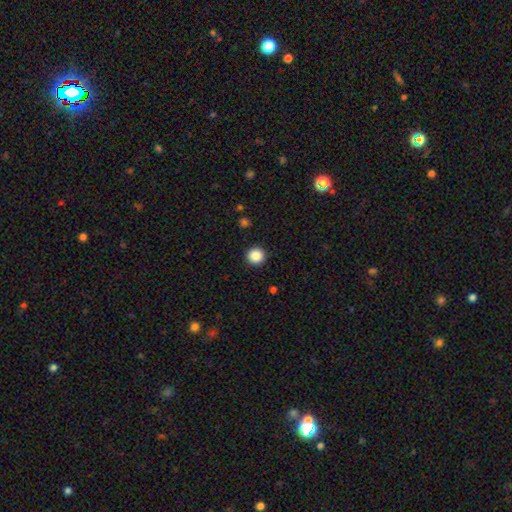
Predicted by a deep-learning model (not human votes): smooth_or_featured: smooth (p=0.87) [alt: star or artifact p=0.10]
how_rounded: round (p=0.95) [alt: in between p=0.04]
merging: none (p=0.93) [alt: minor disturbance p=0.04]